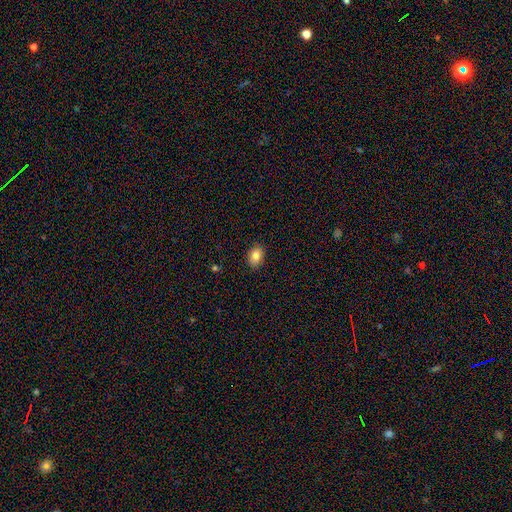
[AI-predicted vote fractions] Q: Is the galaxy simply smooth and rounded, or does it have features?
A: smooth — 84%.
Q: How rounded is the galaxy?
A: in between — 80%.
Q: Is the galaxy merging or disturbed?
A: none — 88%.